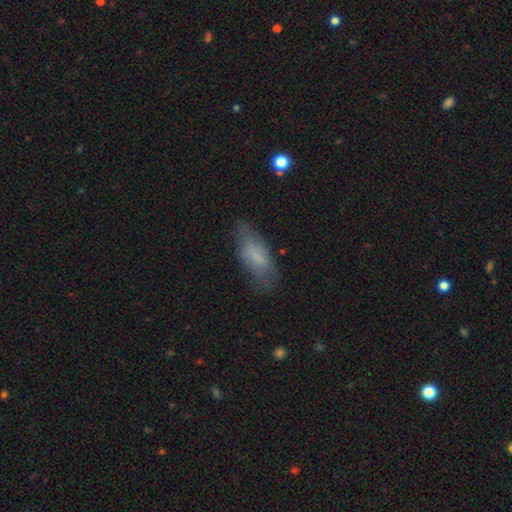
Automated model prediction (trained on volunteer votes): Q: Smooth or featured?
A: smooth (69%); runner-up: featured or disk (23%)
Q: How rounded?
A: in between (73%); runner-up: cigar-shaped (24%)
Q: Merging?
A: none (67%); runner-up: minor disturbance (22%)